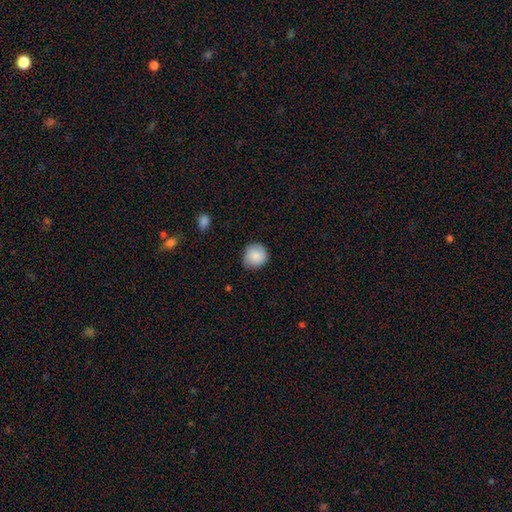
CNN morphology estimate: Q: Smooth or featured?
A: smooth (85%); runner-up: featured or disk (8%)
Q: How rounded?
A: round (87%); runner-up: in between (12%)
Q: Merging?
A: none (75%); runner-up: minor disturbance (21%)